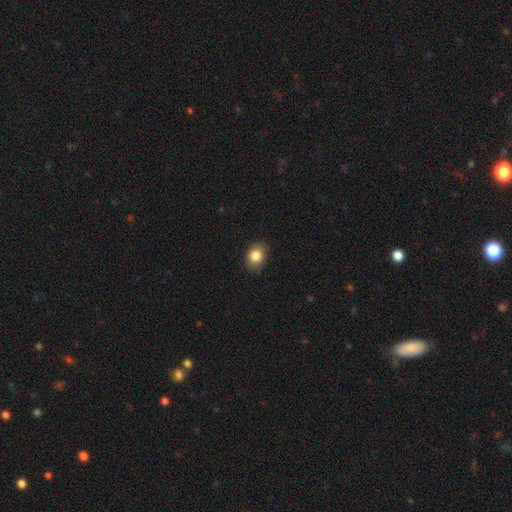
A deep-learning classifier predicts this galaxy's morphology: Smooth or featured: smooth — 84% (star or artifact — 9%)
How rounded: in between — 54% (round — 45%)
Merging: none — 82% (minor disturbance — 14%)